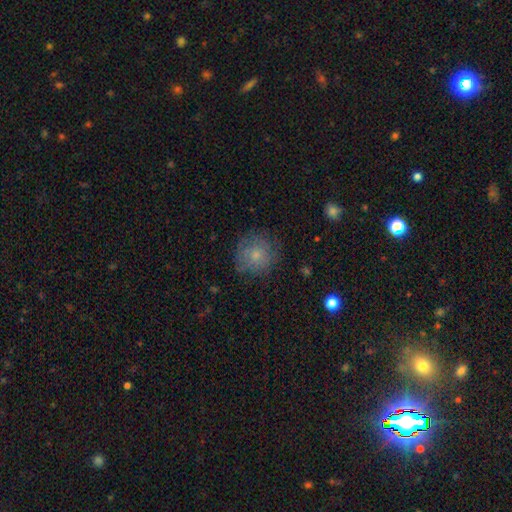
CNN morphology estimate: Smooth or featured? Predicted: smooth (p=0.74). How rounded? Predicted: round (p=0.91). Merging? Predicted: none (p=0.76).